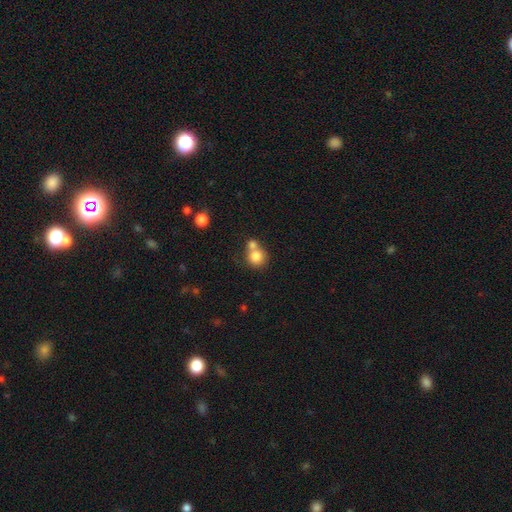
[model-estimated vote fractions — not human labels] A smooth galaxy with no disk features (81%) that is round (85%).

Vote fractions:
- Smooth or featured? smooth: 81% / star or artifact: 10% / featured or disk: 10%
- How rounded? round: 85% / in between: 14% / cigar-shaped: 1%
- Merging? merger: 46% / none: 43% / minor disturbance: 8% / major disturbance: 4%